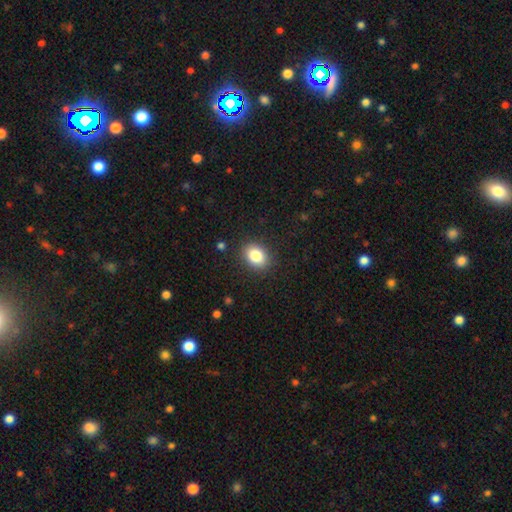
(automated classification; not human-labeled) Q: Smooth or featured?
A: smooth (84%); runner-up: star or artifact (9%)
Q: How rounded?
A: in between (63%); runner-up: round (36%)
Q: Merging?
A: none (88%); runner-up: minor disturbance (8%)